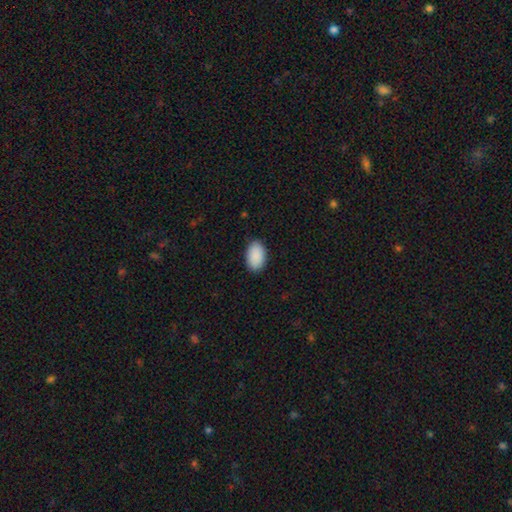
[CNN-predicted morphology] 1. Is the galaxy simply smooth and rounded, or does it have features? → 91% smooth, 6% star or artifact, 3% featured or disk.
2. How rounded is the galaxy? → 94% in between, 5% round, 1% cigar-shaped.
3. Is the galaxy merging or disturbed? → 88% none, 9% minor disturbance, 2% major disturbance, 1% merger.